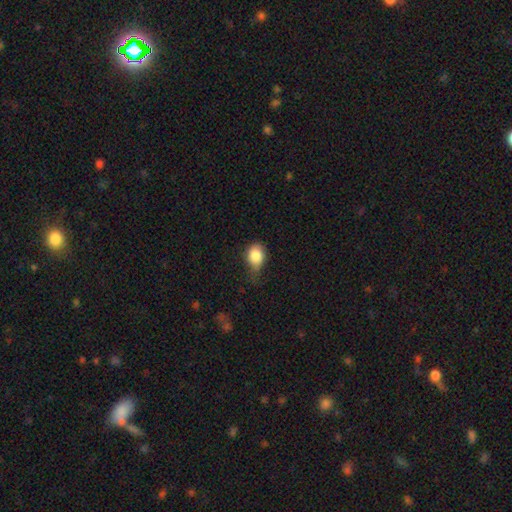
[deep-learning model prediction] Smooth or featured?
  - smooth: 84% *
  - star or artifact: 8%
  - featured or disk: 7%
How rounded?
  - in between: 55% *
  - round: 44%
  - cigar-shaped: 1%
Merging?
  - none: 45% *
  - minor disturbance: 42%
  - major disturbance: 11%
  - merger: 2%